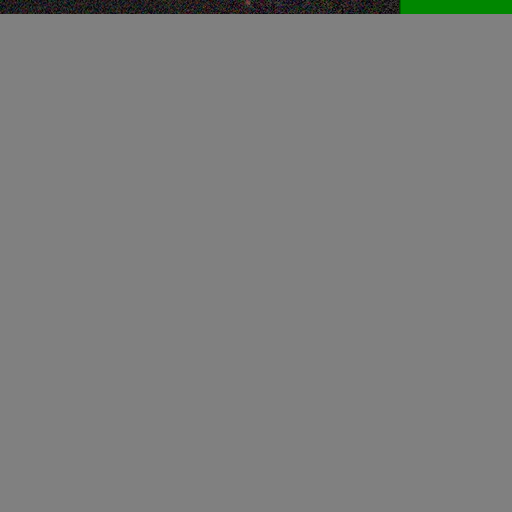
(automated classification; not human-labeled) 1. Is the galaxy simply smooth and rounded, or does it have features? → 61% featured or disk, 31% smooth, 8% star or artifact.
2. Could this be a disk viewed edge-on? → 72% no, 28% yes.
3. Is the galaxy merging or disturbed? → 68% none, 21% minor disturbance, 8% major disturbance, 2% merger.